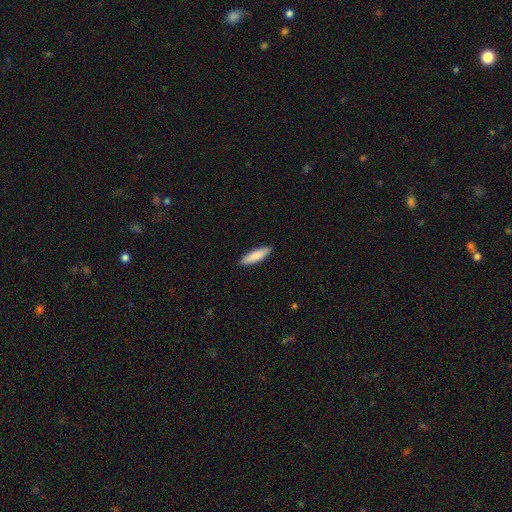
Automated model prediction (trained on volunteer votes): This is clearly a smooth galaxy (86%). How rounded: likely cigar-shaped (63%). Merging: clearly none (90%).